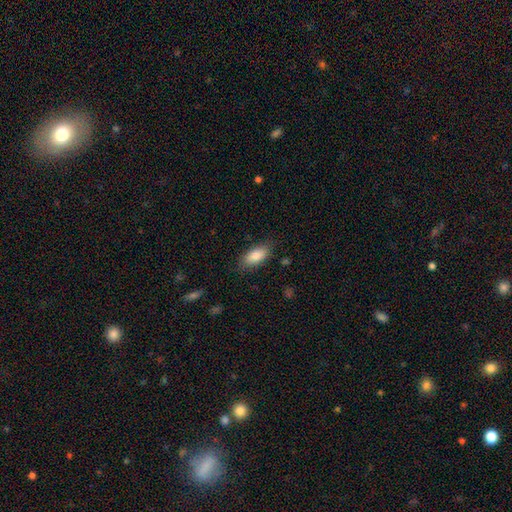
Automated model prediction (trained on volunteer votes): This appears to be a smooth galaxy with no disk features (84%) that is in between round and cigar-shaped (89%). Merging: none (82%).